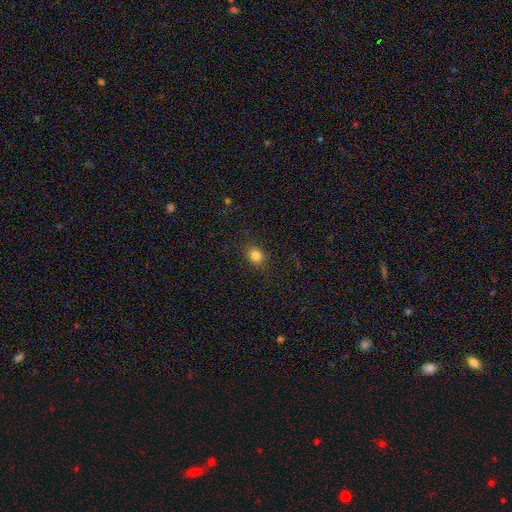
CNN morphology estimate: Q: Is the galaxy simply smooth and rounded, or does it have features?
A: smooth — 83%.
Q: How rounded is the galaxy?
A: round — 61%.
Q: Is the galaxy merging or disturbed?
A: none — 88%.